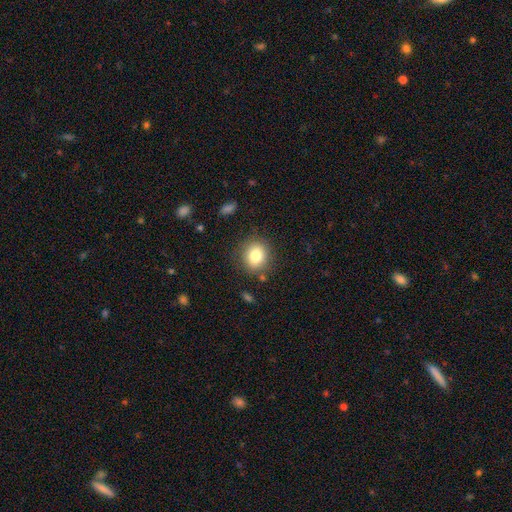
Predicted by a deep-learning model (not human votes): smooth 80%, star or artifact 11%, featured or disk 10%. Down the decision tree: how rounded — round (82%); merging — none (85%).